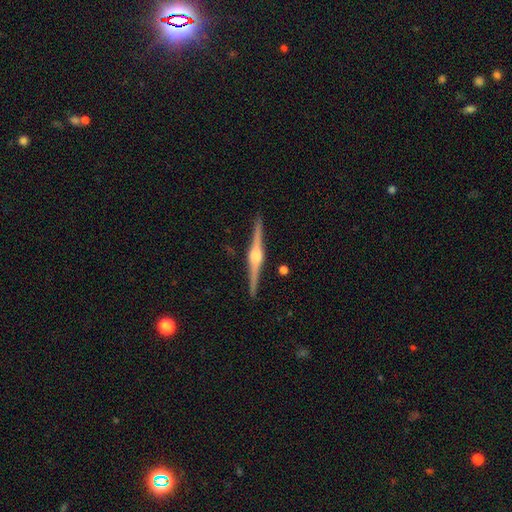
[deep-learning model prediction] The model was most divided on "smooth or featured": featured or disk: 88%, smooth: 7%, star or artifact: 5%. More confident: edge-on disk — yes (99%); merging — none (91%); edge-on bulge — rounded (89%).